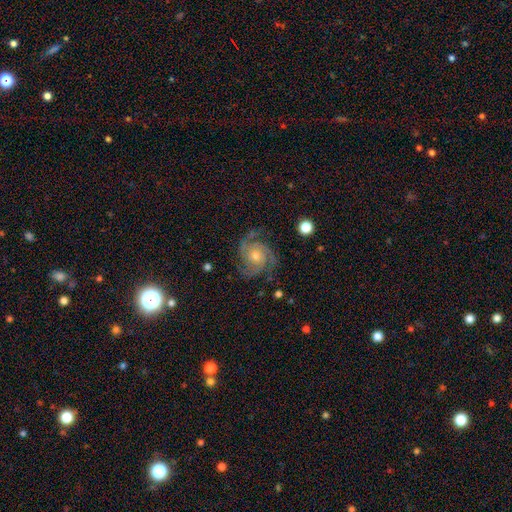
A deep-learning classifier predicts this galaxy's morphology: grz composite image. It shows a featured or disk galaxy (91%) with no bar (78%), 3 (56%) tight (60%) spiral arms (99%) and a small central bulge (48%, tied with moderate). Merging: none (80%).